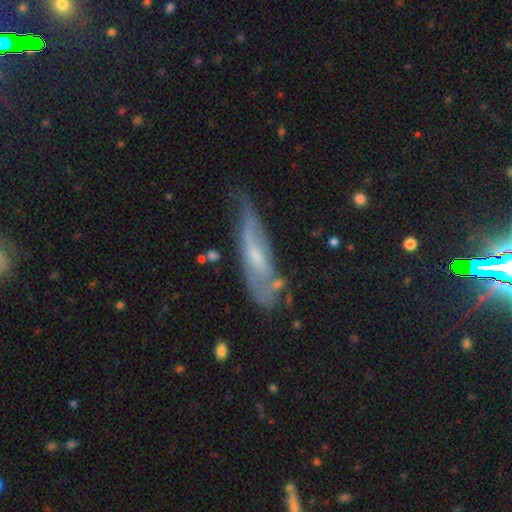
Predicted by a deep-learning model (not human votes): A featured or disk galaxy (62%).

Vote fractions:
- Smooth or featured? featured or disk: 62% / smooth: 28% / star or artifact: 10%
- Edge-on disk? no: 61% / yes: 39%
- Merging? none: 54% / minor disturbance: 29% / major disturbance: 12% / merger: 4%